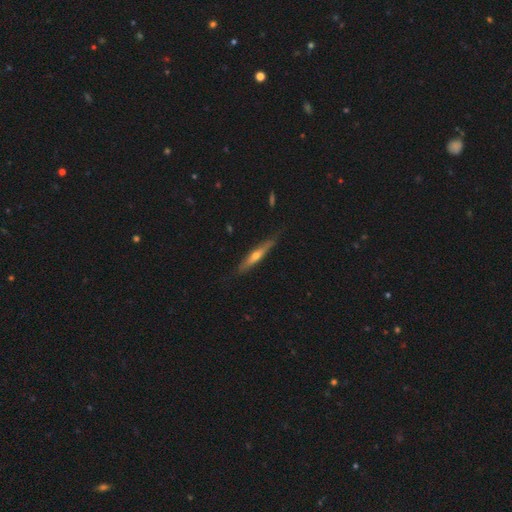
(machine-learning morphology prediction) A featured or disk galaxy (56%) viewed edge-on (91%) with a rounded central bulge (84%).

Vote fractions:
- Smooth or featured? featured or disk: 56% / smooth: 38% / star or artifact: 6%
- Edge-on disk? yes: 91% / no: 9%
- Edge-on bulge? rounded: 84% / none: 13% / boxy: 3%
- Merging? none: 80% / minor disturbance: 16% / major disturbance: 3% / merger: 1%